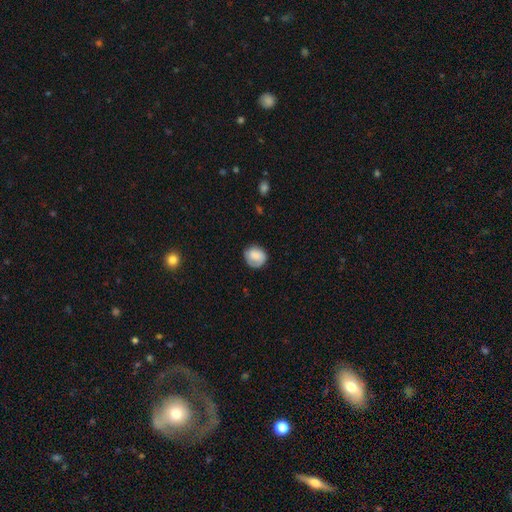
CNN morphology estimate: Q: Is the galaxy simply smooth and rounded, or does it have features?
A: smooth — 73%.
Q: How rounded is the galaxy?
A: round — 79%.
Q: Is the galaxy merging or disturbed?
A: none — 70%.